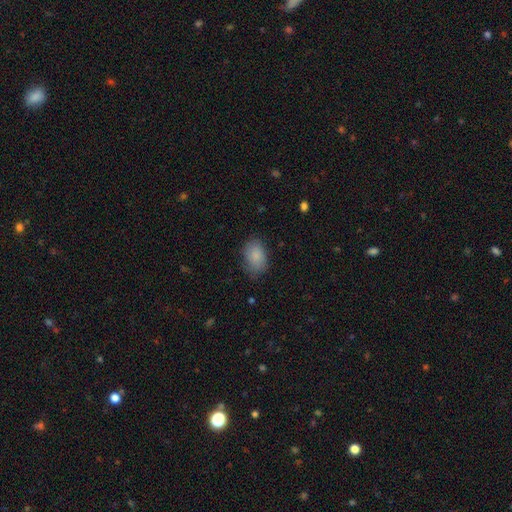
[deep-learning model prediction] Q: Smooth or featured?
A: smooth (86%); runner-up: featured or disk (7%)
Q: How rounded?
A: in between (88%); runner-up: round (11%)
Q: Merging?
A: none (73%); runner-up: minor disturbance (21%)